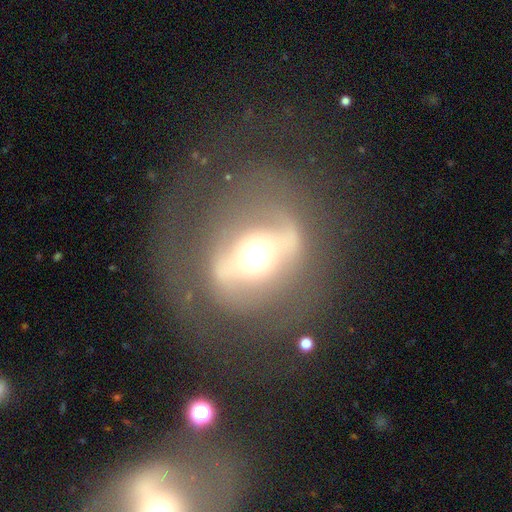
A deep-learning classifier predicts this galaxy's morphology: The model was most divided on "spiral arms": no: 59%, yes: 41%. More confident: edge-on disk — no (88%); smooth or featured — featured or disk (70%); merging — none (62%); bulge size — moderate (59%); bar — strong (57%).